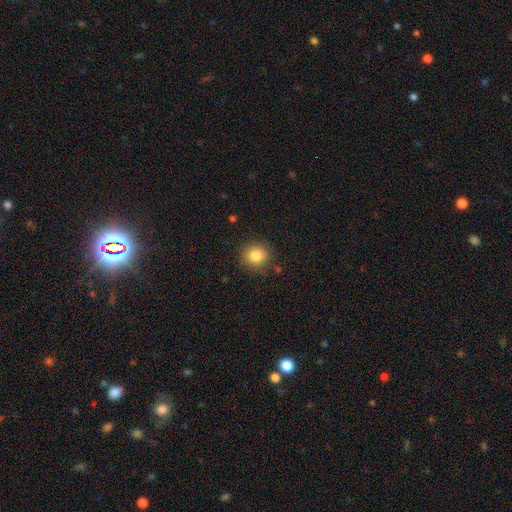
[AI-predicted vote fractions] A smooth galaxy with no disk features (84%) that is round (88%).

Vote fractions:
- Smooth or featured? smooth: 84% / star or artifact: 10% / featured or disk: 6%
- How rounded? round: 88% / in between: 11% / cigar-shaped: 1%
- Merging? none: 87% / minor disturbance: 9% / major disturbance: 3% / merger: 1%